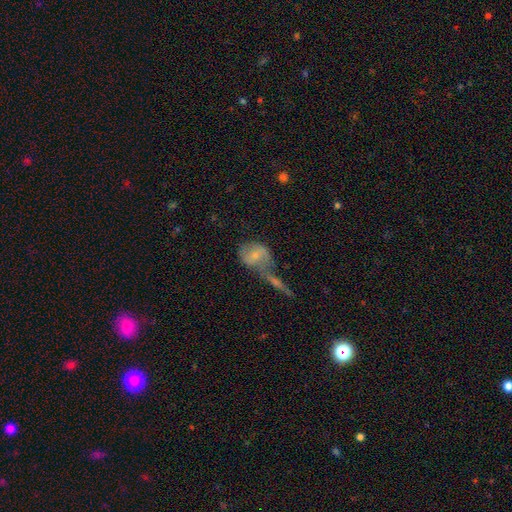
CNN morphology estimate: smooth_or_featured: smooth (p=0.53) [alt: featured or disk p=0.38]
how_rounded: in between (p=0.56) [alt: round p=0.41]
merging: merger (p=0.53) [alt: none p=0.24]